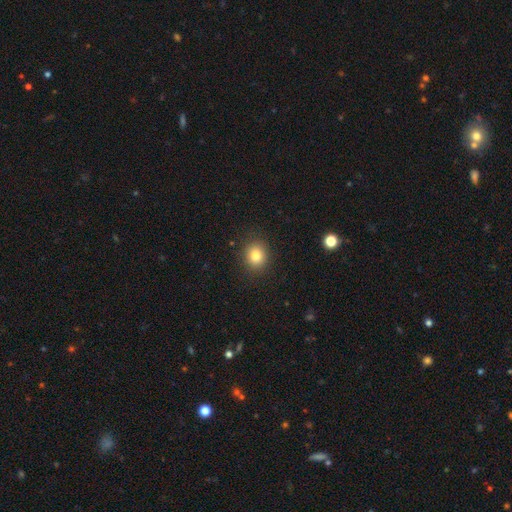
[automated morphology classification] Overall: smooth (81%). How rounded: round (75%). Merging: none (89%).